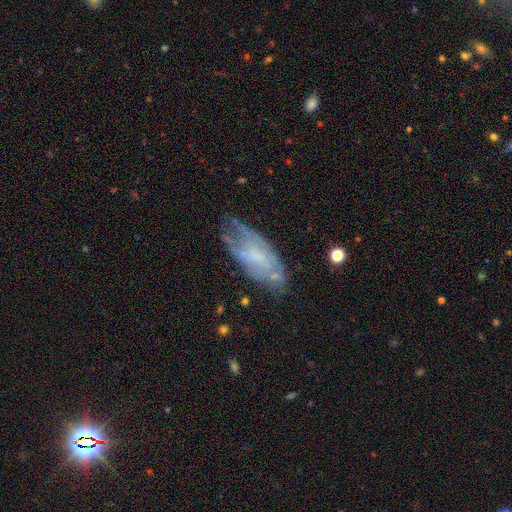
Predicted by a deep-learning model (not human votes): This appears to be a featured or disk galaxy (60%) with no bar (64%), spiral arms (55%) and a small central bulge (37%, tied with none). Merging: none (53%).